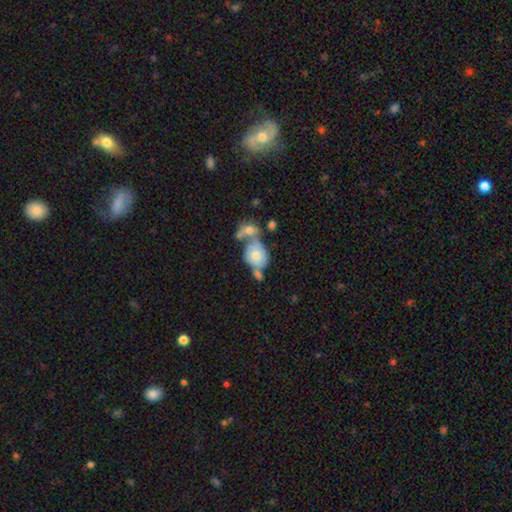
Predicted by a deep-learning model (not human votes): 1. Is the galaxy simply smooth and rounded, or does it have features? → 62% smooth, 30% featured or disk, 8% star or artifact.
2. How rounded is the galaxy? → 52% round, 47% in between, 1% cigar-shaped.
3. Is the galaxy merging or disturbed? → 50% merger, 27% none, 14% minor disturbance, 9% major disturbance.